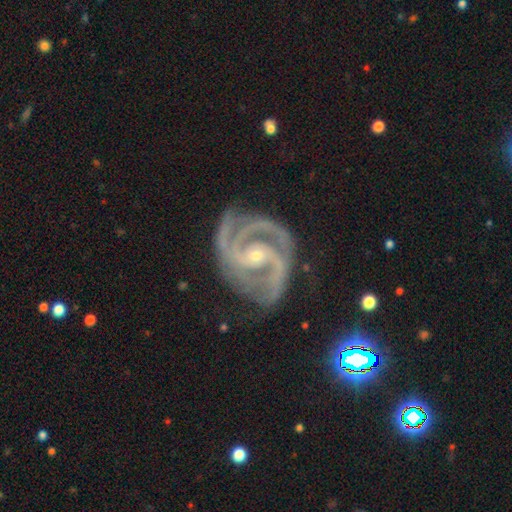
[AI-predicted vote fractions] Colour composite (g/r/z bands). It shows a featured or disk galaxy (93%) with no bar (52%), 2 (42%) tight (55%) spiral arms (99%) and a small central bulge (75%). Merging: none (70%).